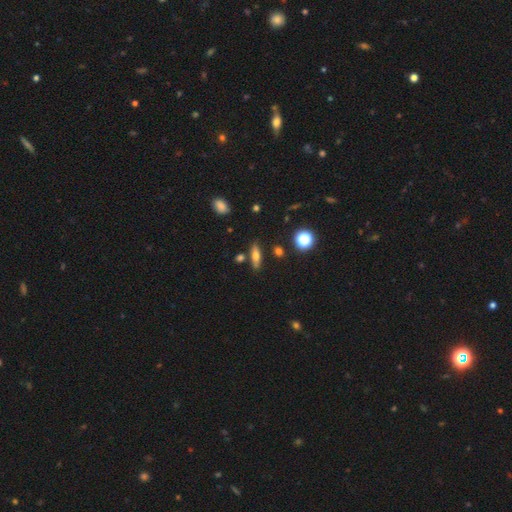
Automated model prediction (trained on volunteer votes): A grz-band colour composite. It shows a smooth galaxy with no disk features (58%) that is in between round and cigar-shaped (49%). Merging: none (80%).